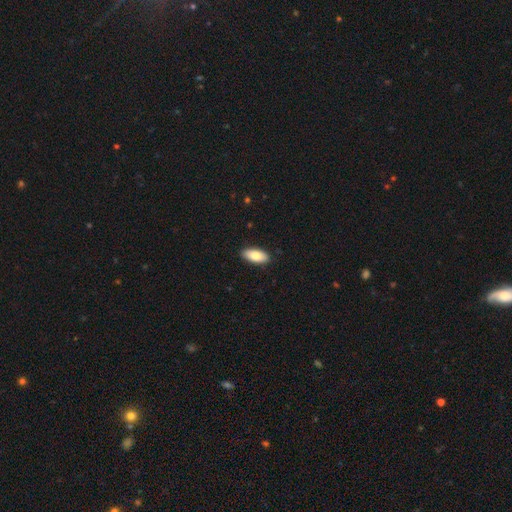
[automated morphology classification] Overall: smooth (84%). How rounded: in between (89%). Merging: none (90%).